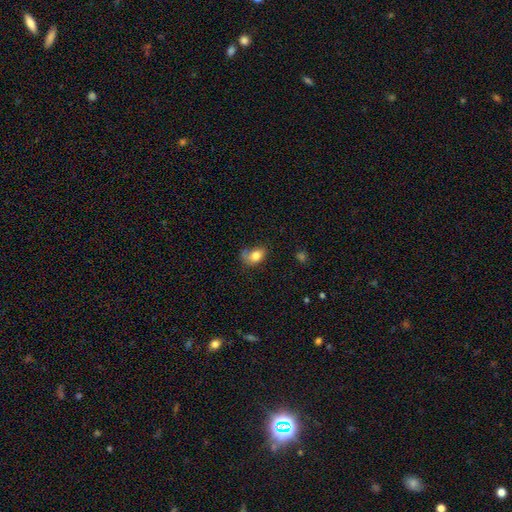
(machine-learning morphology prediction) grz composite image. It shows a smooth galaxy with no disk features (79%) that is in between round and cigar-shaped (78%). Merging: none (41%).